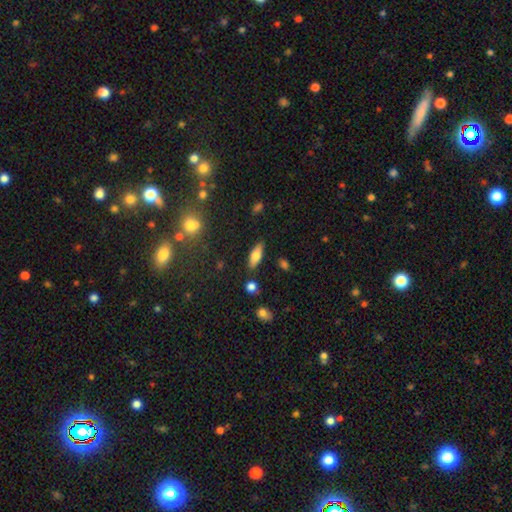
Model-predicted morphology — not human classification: Smooth or featured? smooth (68%)
How rounded? in between (70%)
Merging? none (84%)